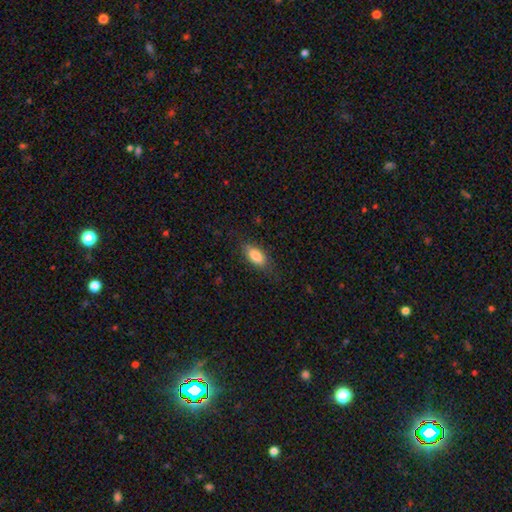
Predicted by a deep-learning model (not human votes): Smooth or featured: smooth — 82% (featured or disk — 11%)
How rounded: in between — 86% (cigar-shaped — 10%)
Merging: none — 77% (minor disturbance — 17%)